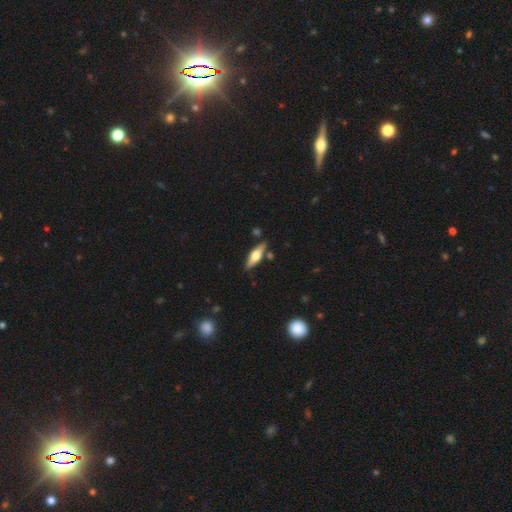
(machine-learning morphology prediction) This is possibly a featured or disk galaxy (50%). It is clearly viewed edge-on (92%). Merging: clearly none (83%).